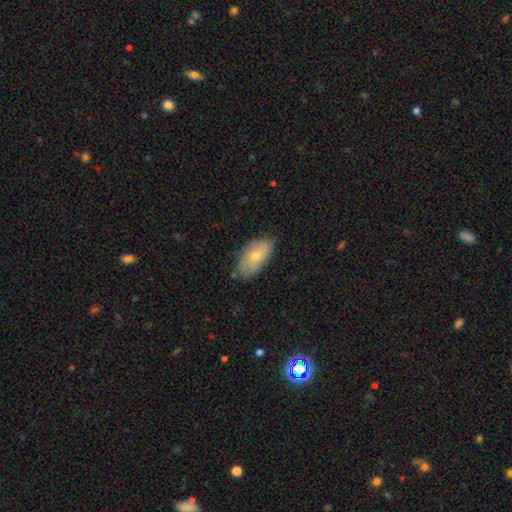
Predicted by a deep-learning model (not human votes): smooth-or-featured: smooth: 70% | featured or disk: 23% | star or artifact: 7%
  how-rounded: in between: 92% | round: 4% | cigar-shaped: 4%
  merging: none: 70% | minor disturbance: 24% | major disturbance: 4% | merger: 2%